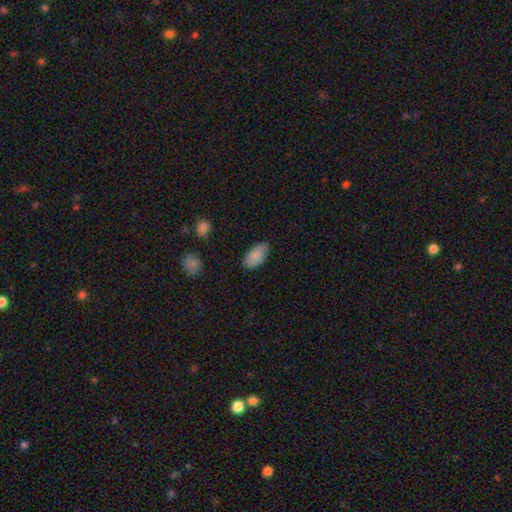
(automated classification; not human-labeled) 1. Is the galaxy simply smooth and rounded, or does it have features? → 85% smooth, 9% featured or disk, 7% star or artifact.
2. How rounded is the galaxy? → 94% in between, 3% round, 3% cigar-shaped.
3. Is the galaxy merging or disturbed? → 82% none, 14% minor disturbance, 3% major disturbance, 1% merger.